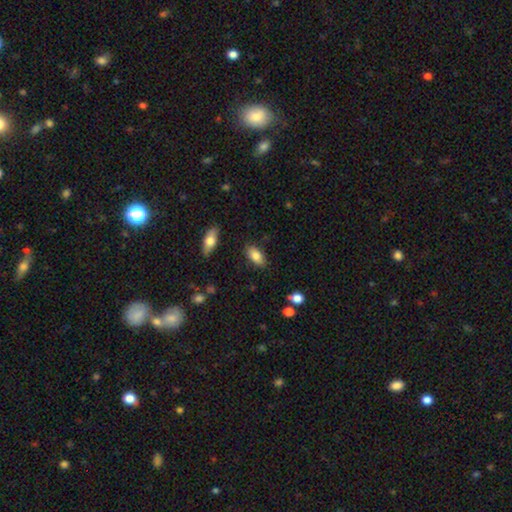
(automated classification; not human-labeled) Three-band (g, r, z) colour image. It shows a smooth galaxy with no disk features (83%) that is in between round and cigar-shaped (90%). Merging: none (84%).